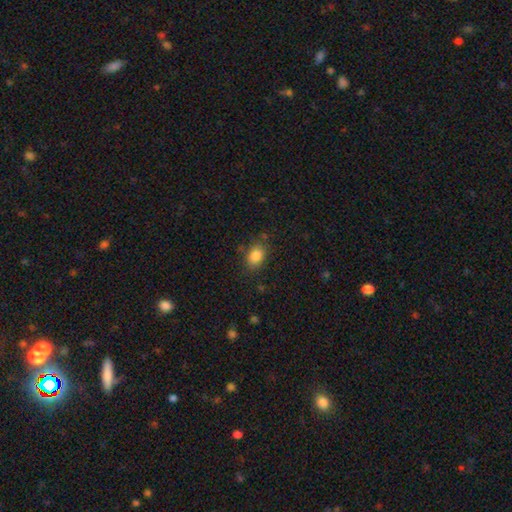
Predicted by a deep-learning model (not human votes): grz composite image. It shows a smooth galaxy with no disk features (85%) that is in between round and cigar-shaped (78%). Merging: none (77%).